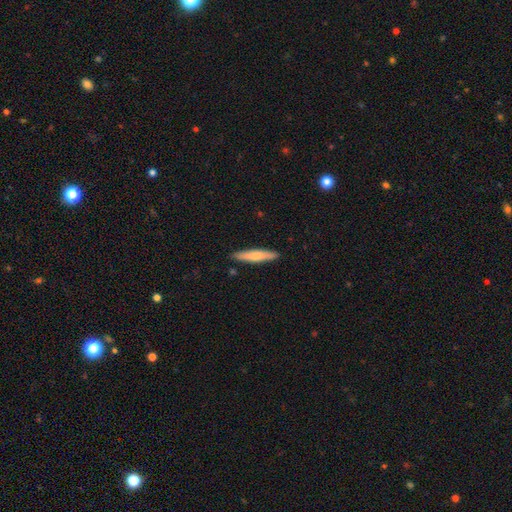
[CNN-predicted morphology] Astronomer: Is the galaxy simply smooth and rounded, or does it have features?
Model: smooth — 67%.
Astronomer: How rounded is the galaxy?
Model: cigar-shaped — 87%.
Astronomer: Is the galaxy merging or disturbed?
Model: none — 89%.